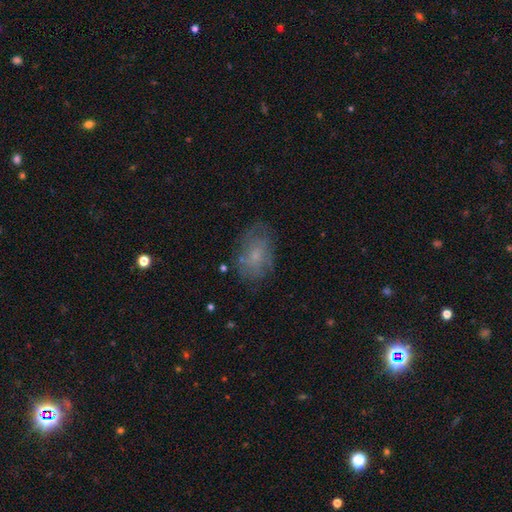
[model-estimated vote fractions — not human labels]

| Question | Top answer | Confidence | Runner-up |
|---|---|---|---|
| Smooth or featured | smooth | 53% | featured or disk (37%) |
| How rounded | in between | 84% | round (15%) |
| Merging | none | 68% | minor disturbance (21%) |